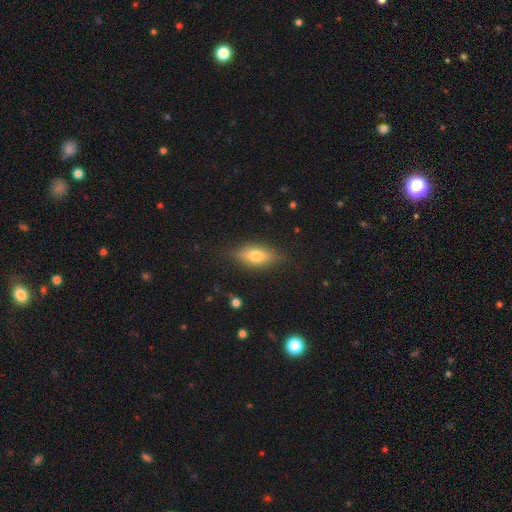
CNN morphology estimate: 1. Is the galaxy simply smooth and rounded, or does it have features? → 65% smooth, 28% featured or disk, 8% star or artifact.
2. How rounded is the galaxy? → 76% in between, 19% cigar-shaped, 5% round.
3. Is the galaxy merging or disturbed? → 80% none, 14% minor disturbance, 4% major disturbance, 1% merger.